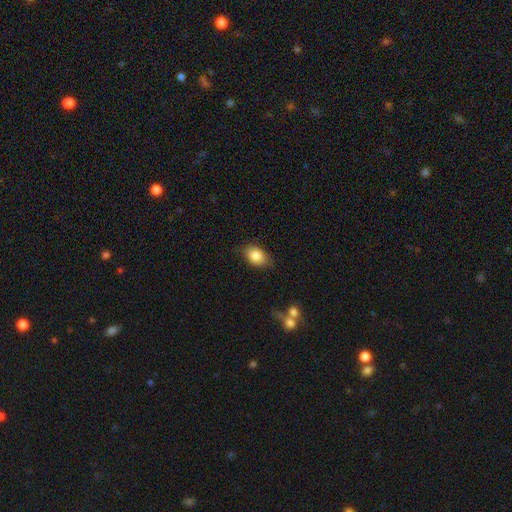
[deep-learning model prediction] The model was most divided on "merging": none: 79%, minor disturbance: 16%, major disturbance: 4%, merger: 2%. More confident: smooth or featured — smooth (85%); how rounded — in between (83%).